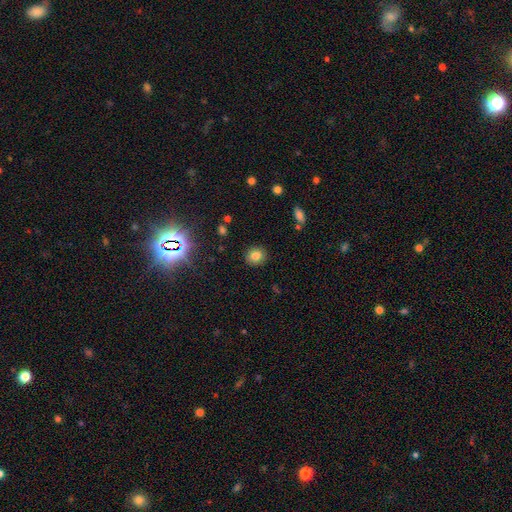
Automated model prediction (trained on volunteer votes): smooth 79%, star or artifact 13%, featured or disk 8%. Down the decision tree: how rounded — round (83%); merging — none (90%).